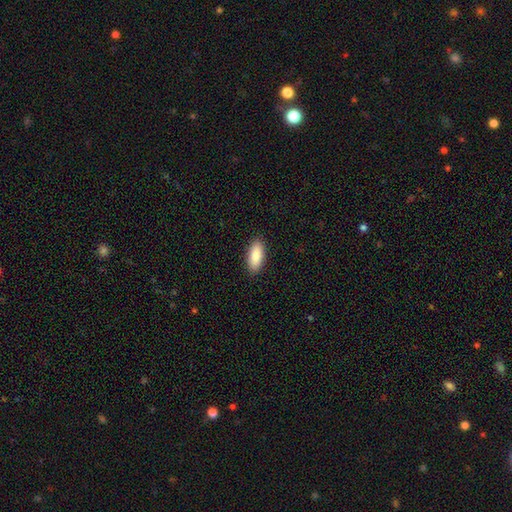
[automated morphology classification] Smooth or featured?
  - smooth: 89% *
  - star or artifact: 6%
  - featured or disk: 5%
How rounded?
  - in between: 85% *
  - cigar-shaped: 13%
  - round: 2%
Merging?
  - none: 90% *
  - minor disturbance: 7%
  - major disturbance: 2%
  - merger: 1%